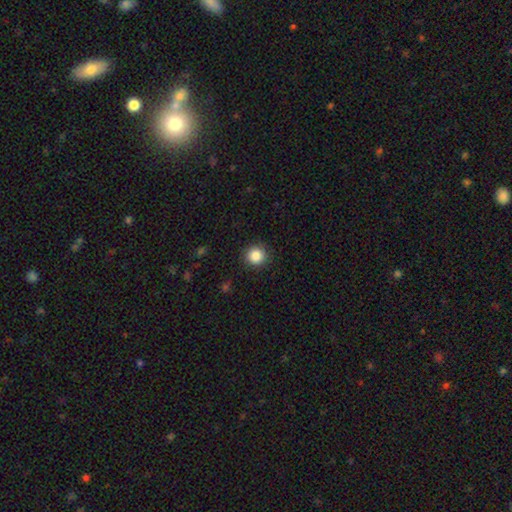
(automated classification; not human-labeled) smooth_or_featured: smooth (p=0.86) [alt: star or artifact p=0.10]
how_rounded: round (p=0.93) [alt: in between p=0.06]
merging: none (p=0.90) [alt: minor disturbance p=0.07]